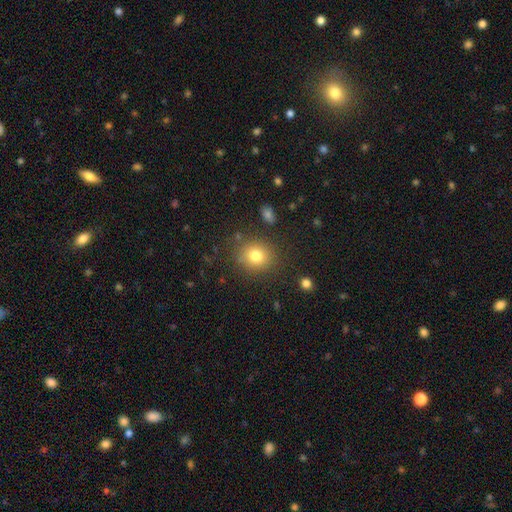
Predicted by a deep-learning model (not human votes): A smooth galaxy with no disk features (79%) that is round (79%).

Vote fractions:
- Smooth or featured? smooth: 79% / star or artifact: 13% / featured or disk: 9%
- How rounded? round: 79% / in between: 20% / cigar-shaped: 1%
- Merging? none: 84% / minor disturbance: 9% / major disturbance: 4% / merger: 3%